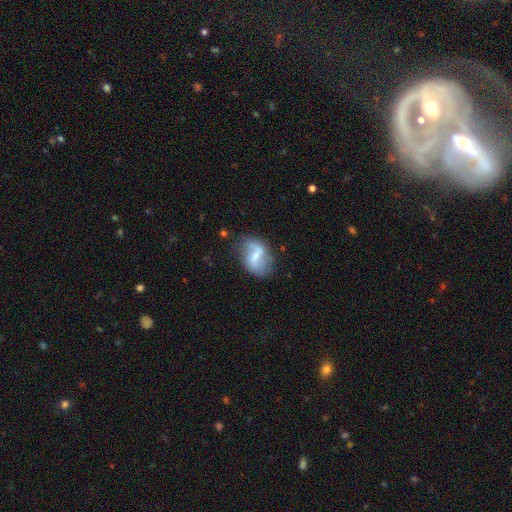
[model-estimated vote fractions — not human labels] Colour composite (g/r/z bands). It shows a featured or disk galaxy (61%) with a weak bar (45%), spiral arms (77%) and a small central bulge (38%). Merging: none (66%).